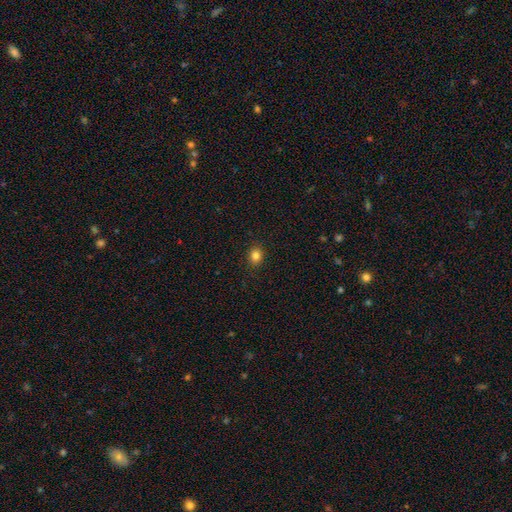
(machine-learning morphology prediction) Overall: smooth (83%). How rounded: round (56%; in between 43%). Merging: none (90%).